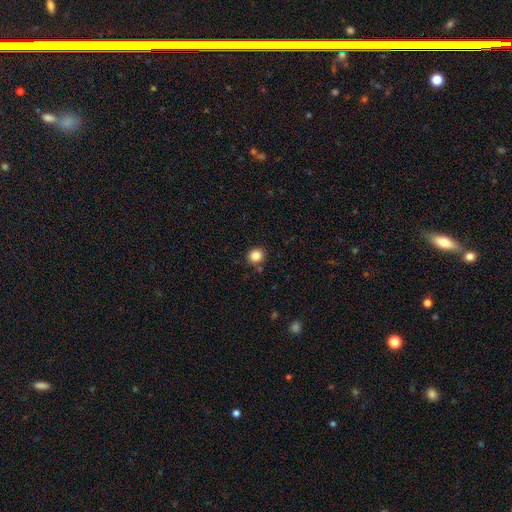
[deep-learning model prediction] Smooth or featured? smooth (85%)
How rounded? round (86%)
Merging? none (86%)